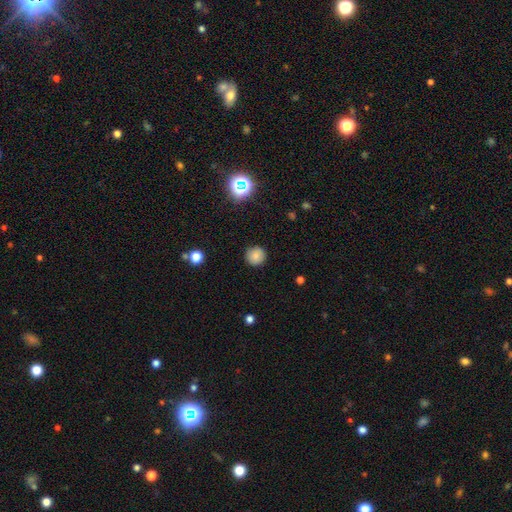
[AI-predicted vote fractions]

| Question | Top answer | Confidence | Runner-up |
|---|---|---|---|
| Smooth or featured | smooth | 80% | star or artifact (12%) |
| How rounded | round | 94% | in between (5%) |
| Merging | none | 90% | minor disturbance (7%) |